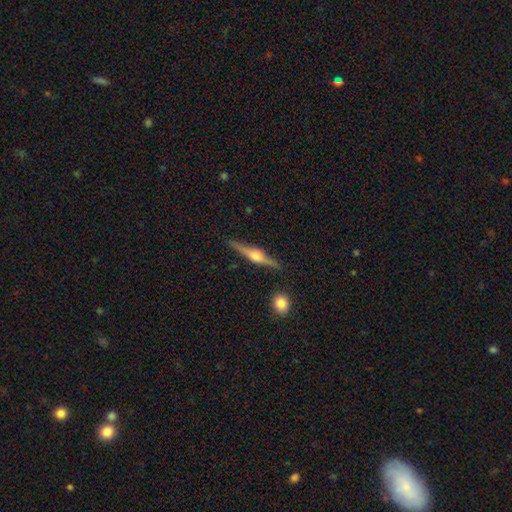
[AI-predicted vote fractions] smooth_or_featured: featured or disk (p=0.80) [alt: smooth p=0.15]
disk_edge_on: yes (p=0.98) [alt: no p=0.02]
edge_on_bulge: rounded (p=0.92) [alt: boxy p=0.06]
merging: none (p=0.89) [alt: minor disturbance p=0.07]